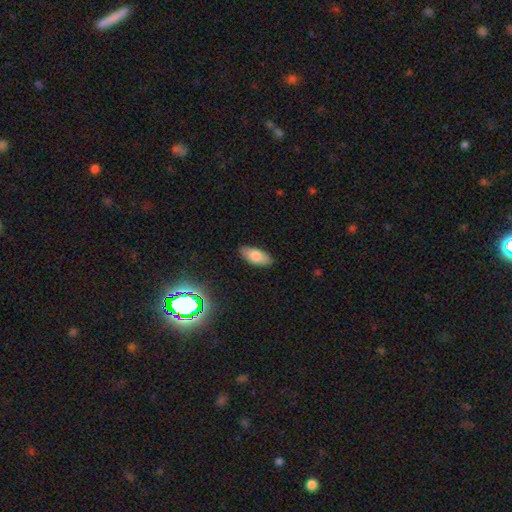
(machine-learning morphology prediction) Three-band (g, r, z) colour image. It shows a smooth galaxy with no disk features (81%) that is in between round and cigar-shaped (87%). Merging: none (85%).